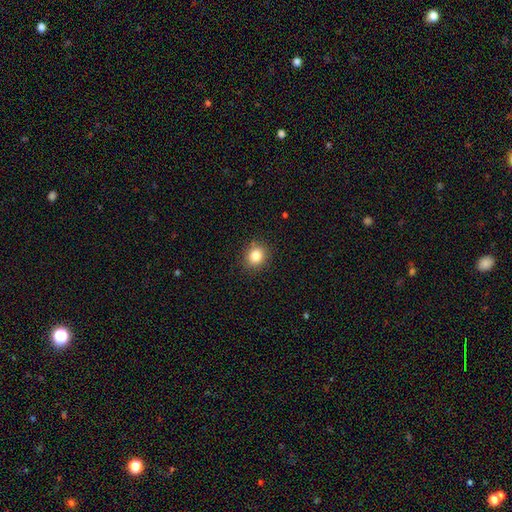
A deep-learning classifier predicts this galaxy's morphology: Smooth or featured: smooth — 83% (star or artifact — 11%)
How rounded: round — 78% (in between — 21%)
Merging: none — 89% (minor disturbance — 8%)